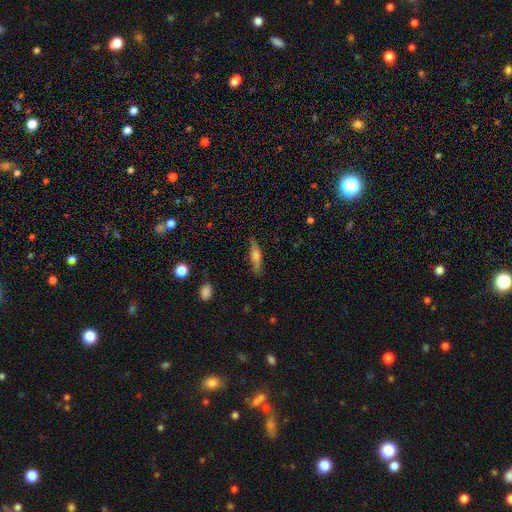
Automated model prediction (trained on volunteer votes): Overall: smooth (53%; featured or disk 40%). How rounded: cigar-shaped (74%). Merging: none (82%).